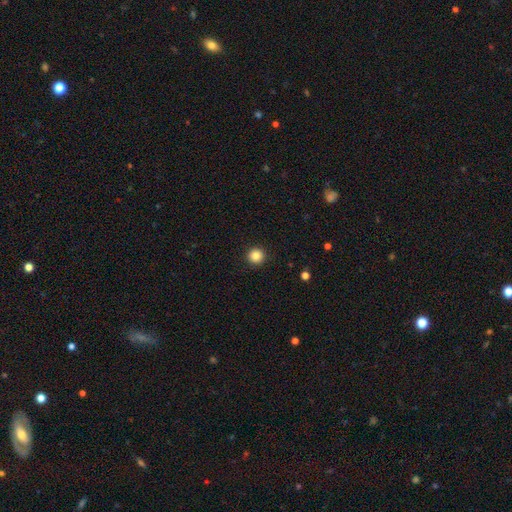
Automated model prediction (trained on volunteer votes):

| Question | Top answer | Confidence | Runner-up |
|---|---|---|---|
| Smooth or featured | smooth | 86% | star or artifact (11%) |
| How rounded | round | 96% | in between (3%) |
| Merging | none | 93% | minor disturbance (4%) |